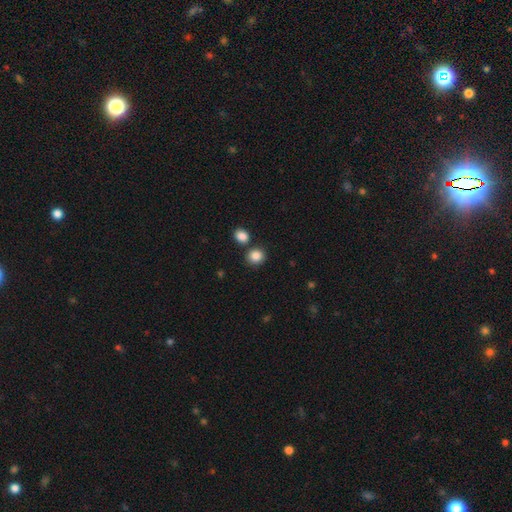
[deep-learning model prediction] Q: Smooth or featured?
A: smooth (86%); runner-up: star or artifact (9%)
Q: How rounded?
A: round (82%); runner-up: in between (17%)
Q: Merging?
A: none (77%); runner-up: merger (12%)